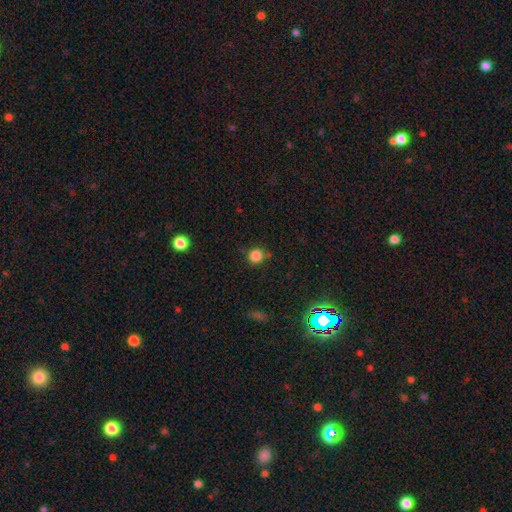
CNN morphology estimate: Smooth or featured? smooth (83%)
How rounded? round (92%)
Merging? none (78%)